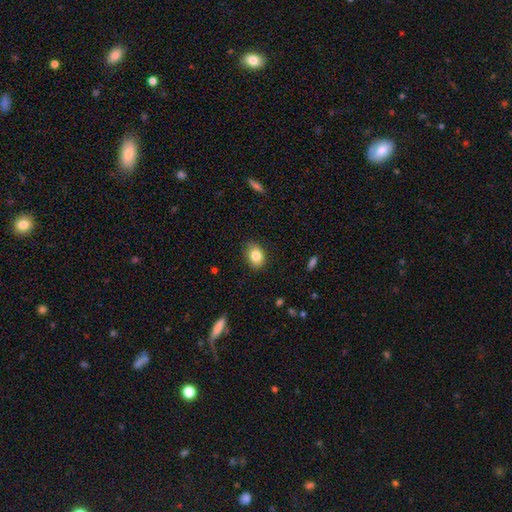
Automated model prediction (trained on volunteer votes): A smooth galaxy with no disk features (83%) that is in between round and cigar-shaped (69%).

Vote fractions:
- Smooth or featured? smooth: 83% / star or artifact: 9% / featured or disk: 8%
- How rounded? in between: 69% / round: 30% / cigar-shaped: 1%
- Merging? none: 81% / minor disturbance: 15% / major disturbance: 3% / merger: 1%